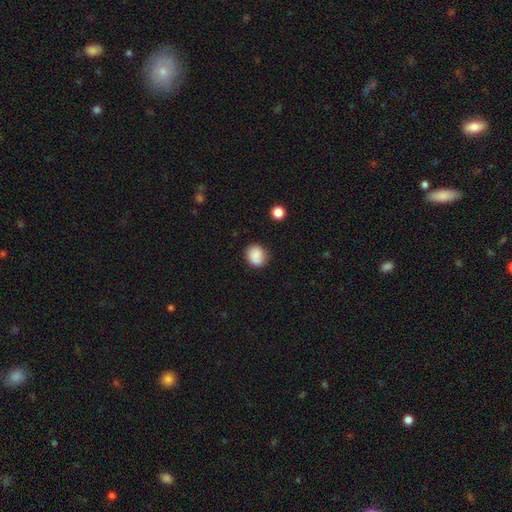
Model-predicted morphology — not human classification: Smooth or featured: smooth — 87% (star or artifact — 8%)
How rounded: round — 70% (in between — 29%)
Merging: none — 83% (minor disturbance — 12%)